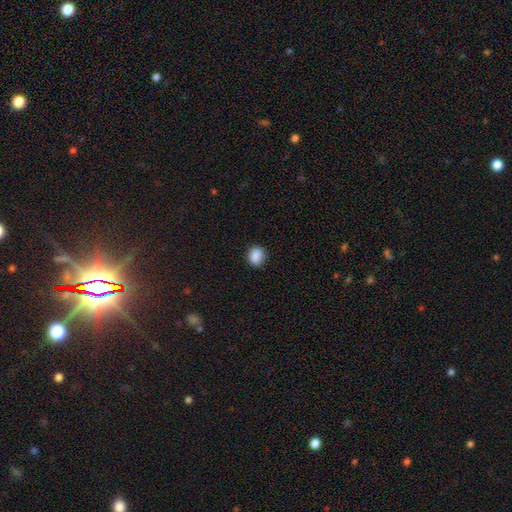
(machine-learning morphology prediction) Q: Smooth or featured?
A: smooth (88%); runner-up: star or artifact (9%)
Q: How rounded?
A: round (71%); runner-up: in between (28%)
Q: Merging?
A: none (85%); runner-up: minor disturbance (11%)